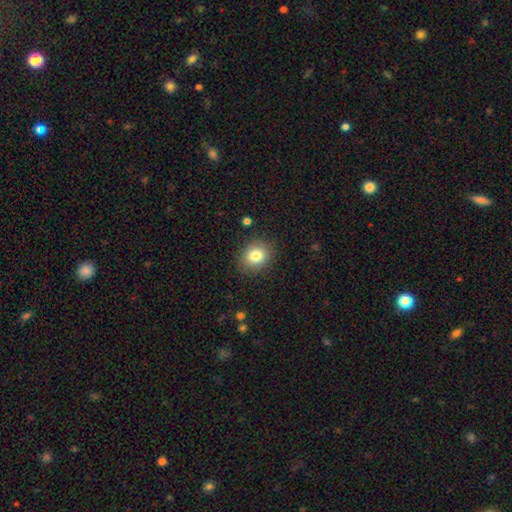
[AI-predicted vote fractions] A smooth galaxy with no disk features (81%) that is round (64%).

Vote fractions:
- Smooth or featured? smooth: 81% / star or artifact: 10% / featured or disk: 9%
- How rounded? round: 64% / in between: 35% / cigar-shaped: 1%
- Merging? none: 87% / minor disturbance: 9% / major disturbance: 3% / merger: 1%